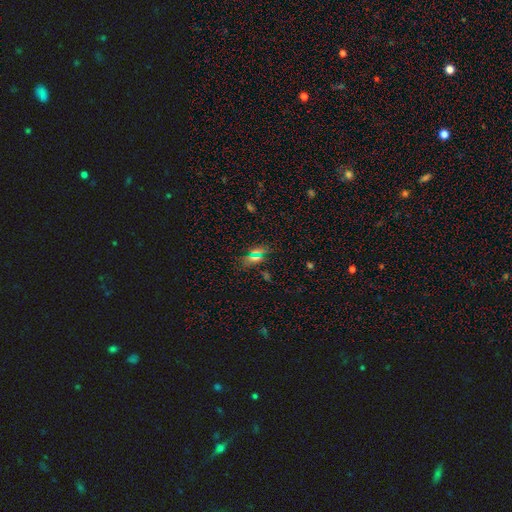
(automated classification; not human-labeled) Smooth or featured: smooth — 58% (star or artifact — 30%)
How rounded: in between — 74% (cigar-shaped — 14%)
Merging: none — 76% (minor disturbance — 13%)